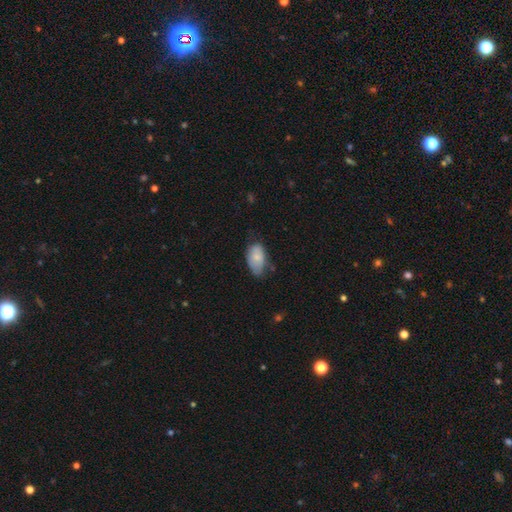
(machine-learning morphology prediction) A smooth galaxy with no disk features (78%) that is in between round and cigar-shaped (93%).

Vote fractions:
- Smooth or featured? smooth: 78% / featured or disk: 15% / star or artifact: 7%
- How rounded? in between: 93% / round: 6% / cigar-shaped: 2%
- Merging? none: 52% / minor disturbance: 38% / major disturbance: 8% / merger: 2%